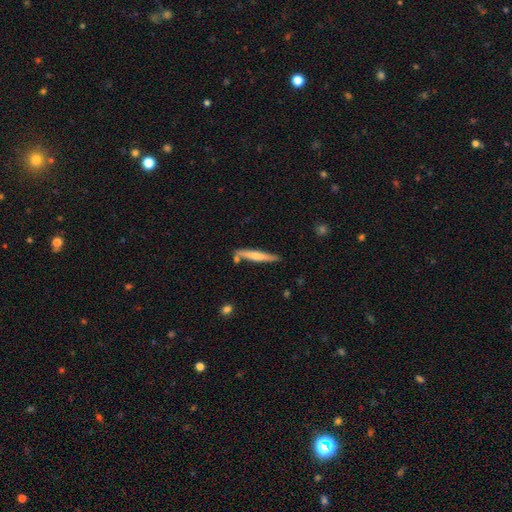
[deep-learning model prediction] This appears to be a smooth galaxy with no disk features (58%) that is cigar-shaped (93%). Merging: none (76%).